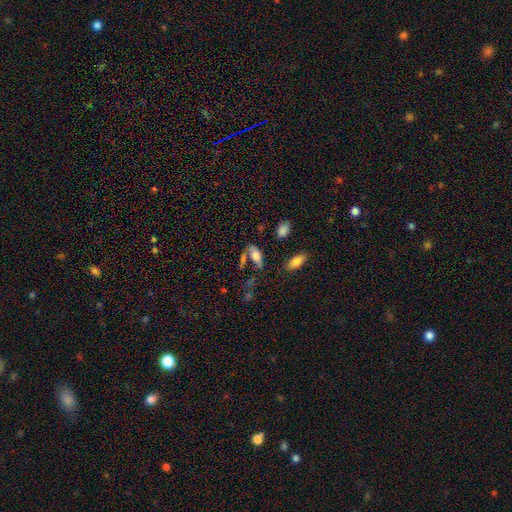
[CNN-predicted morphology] The model was most divided on "merging": none: 51%, minor disturbance: 20%, merger: 19%, major disturbance: 11%. More confident: how rounded — in between (83%); smooth or featured — smooth (66%).